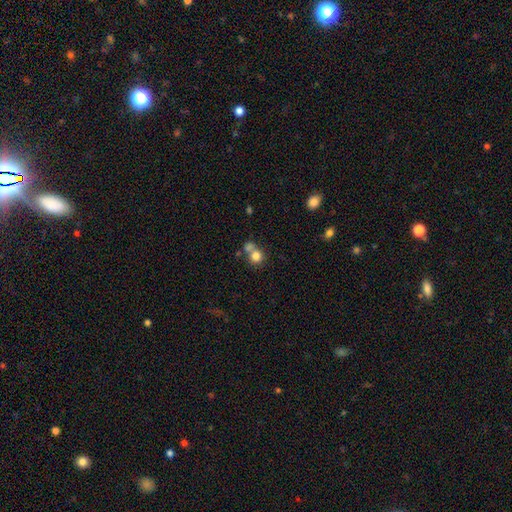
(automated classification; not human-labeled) Morphology: type=smooth (78%); roundness=round (85%); merging=none (46%).